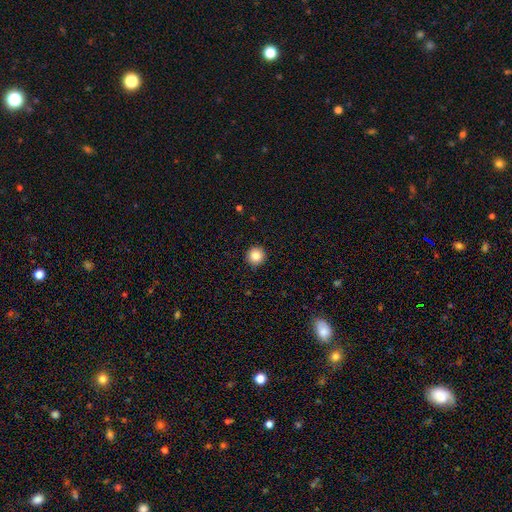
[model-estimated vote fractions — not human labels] Smooth or featured: smooth — 84% (star or artifact — 10%)
How rounded: round — 96% (in between — 4%)
Merging: none — 93% (minor disturbance — 5%)